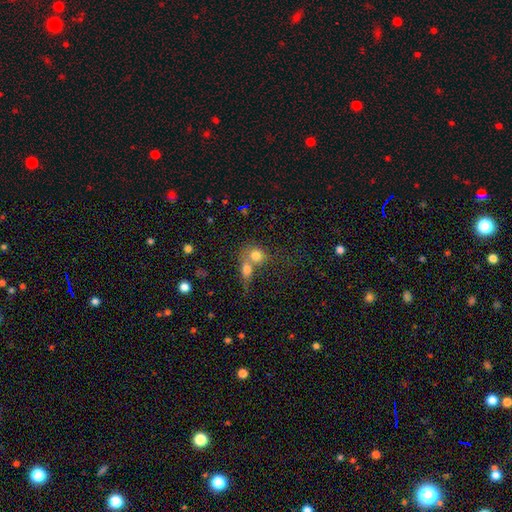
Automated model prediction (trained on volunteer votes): This is likely a smooth galaxy (76%). How rounded: likely round (63%). Merging: likely merger (64%).